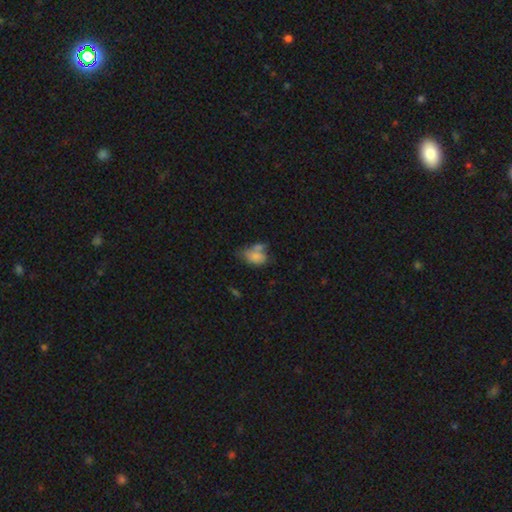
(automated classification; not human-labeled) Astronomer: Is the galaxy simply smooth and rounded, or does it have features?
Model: smooth — 75%.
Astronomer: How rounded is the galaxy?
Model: in between — 84%.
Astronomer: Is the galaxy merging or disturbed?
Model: merger — 40% (runner-up: none, 28%).